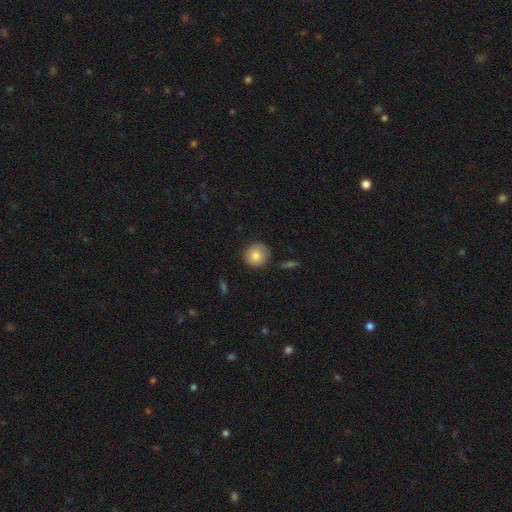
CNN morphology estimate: A smooth galaxy with no disk features (79%) that is round (90%).

Vote fractions:
- Smooth or featured? smooth: 79% / featured or disk: 14% / star or artifact: 7%
- How rounded? round: 90% / in between: 9% / cigar-shaped: 1%
- Merging? none: 80% / minor disturbance: 15% / major disturbance: 3% / merger: 2%